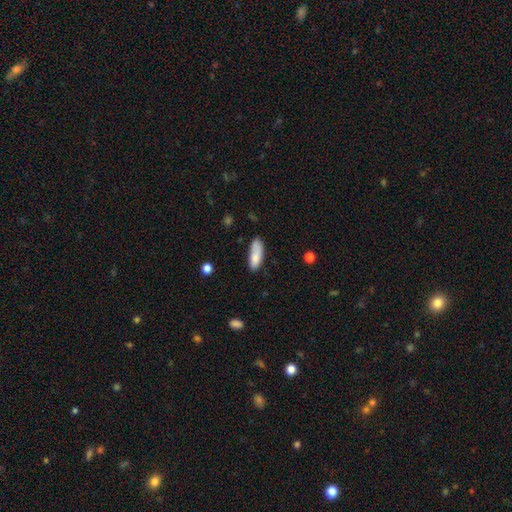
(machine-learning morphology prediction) The model was most divided on "how rounded": in between: 66%, cigar-shaped: 32%, round: 2%. More confident: smooth or featured — smooth (84%); merging — none (63%).